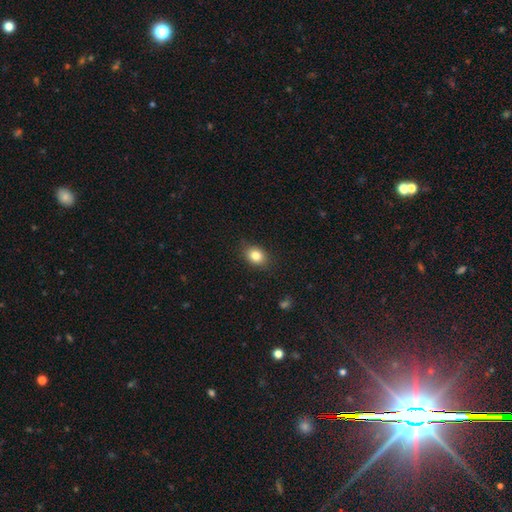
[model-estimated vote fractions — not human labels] The model was most divided on "how rounded": in between: 64%, round: 35%, cigar-shaped: 1%. More confident: merging — none (85%); smooth or featured — smooth (83%).